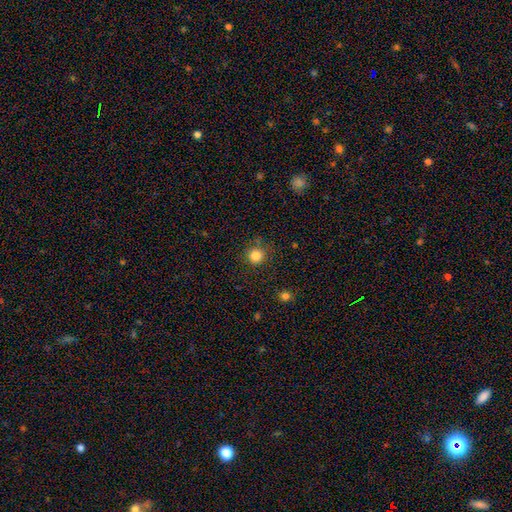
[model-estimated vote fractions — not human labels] smooth 83%, star or artifact 12%, featured or disk 5%. Down the decision tree: how rounded — round (94%); merging — none (85%).